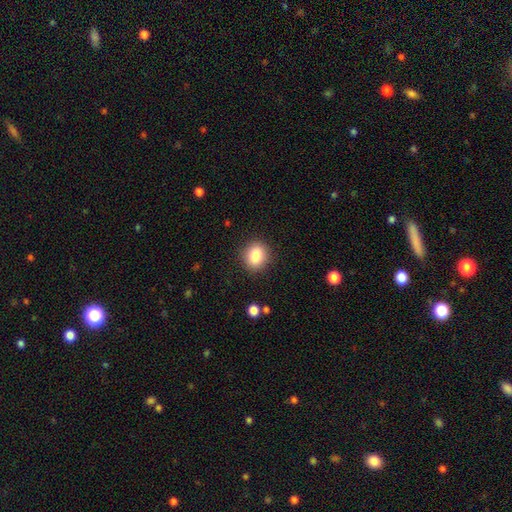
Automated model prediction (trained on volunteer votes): This appears to be a smooth galaxy with no disk features (85%) that is round (68%). Merging: none (89%).